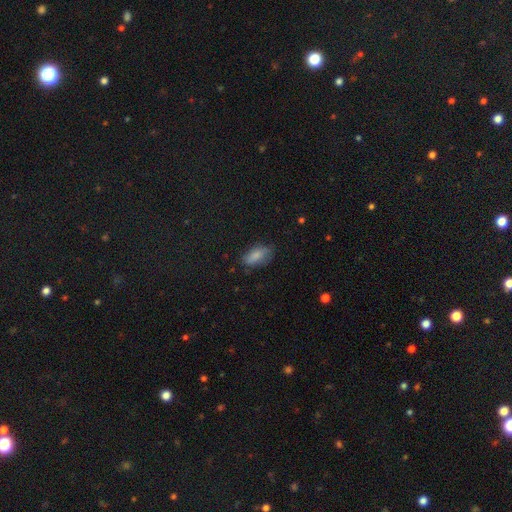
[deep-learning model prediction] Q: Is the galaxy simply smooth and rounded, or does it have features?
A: smooth — 83%.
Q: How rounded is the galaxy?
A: in between — 88%.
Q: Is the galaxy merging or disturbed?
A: none — 70%.